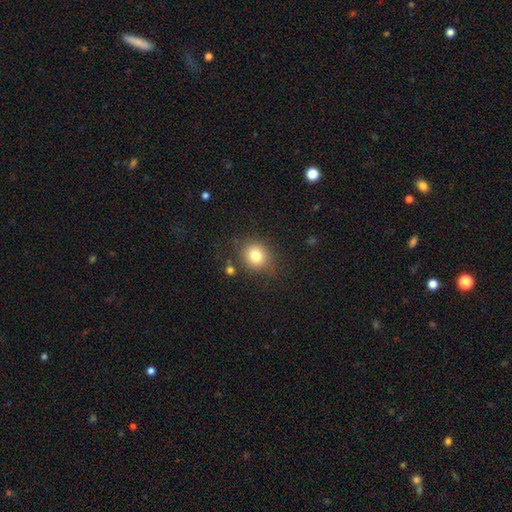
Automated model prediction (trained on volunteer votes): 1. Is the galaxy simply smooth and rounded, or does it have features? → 78% smooth, 12% star or artifact, 9% featured or disk.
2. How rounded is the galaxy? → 81% round, 18% in between, 1% cigar-shaped.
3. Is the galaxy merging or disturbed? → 80% none, 12% minor disturbance, 4% major disturbance, 3% merger.